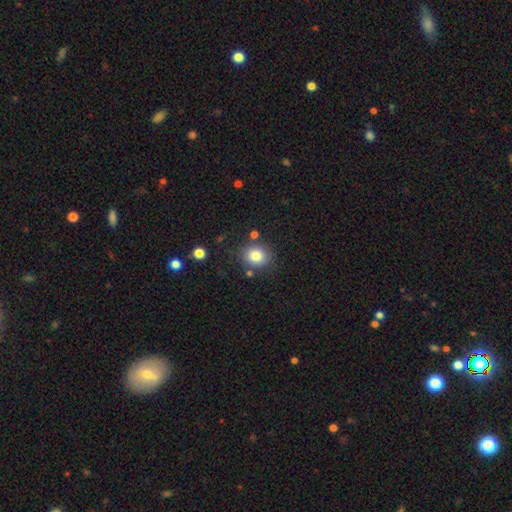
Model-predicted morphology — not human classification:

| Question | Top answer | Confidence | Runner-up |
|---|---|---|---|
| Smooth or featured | smooth | 81% | star or artifact (11%) |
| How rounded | round | 77% | in between (22%) |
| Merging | none | 80% | minor disturbance (10%) |